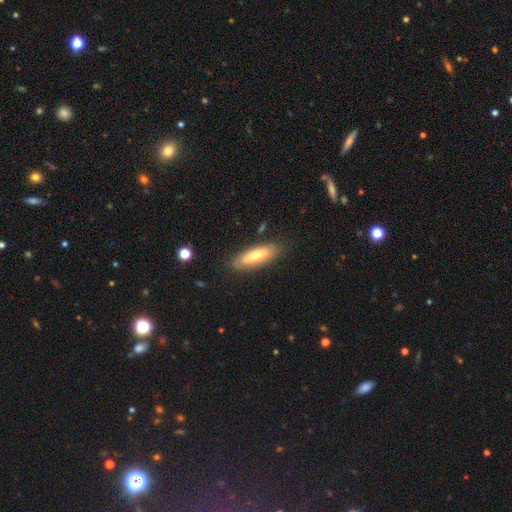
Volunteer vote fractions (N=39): Smooth or featured?
  - featured or disk: 56% *
  - smooth: 36%
  - star or artifact: 8%
Edge-on disk?
  - yes: 50% * (tied)
  - no: 50% * (tied)
Edge-on bulge?
  - rounded: 82% *
  - none: 18%
  - boxy: 0%
Merging?
  - none: 83% *
  - minor disturbance: 8%
  - merger: 6%
  - major disturbance: 3%